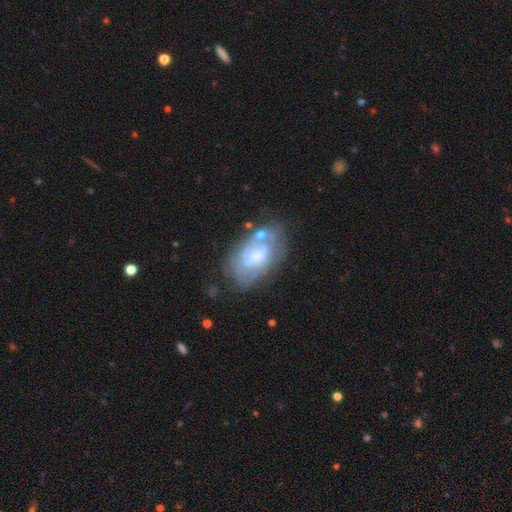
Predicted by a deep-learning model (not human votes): A featured or disk galaxy (64%) with no bar (69%), spiral arms (53%) and a moderate central bulge (44%). Merging: none (52%).